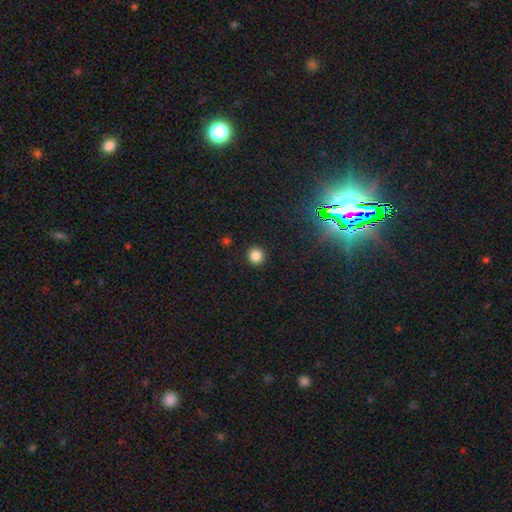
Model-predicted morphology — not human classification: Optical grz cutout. It shows a smooth galaxy with no disk features (83%) that is round (94%). Merging: none (92%).